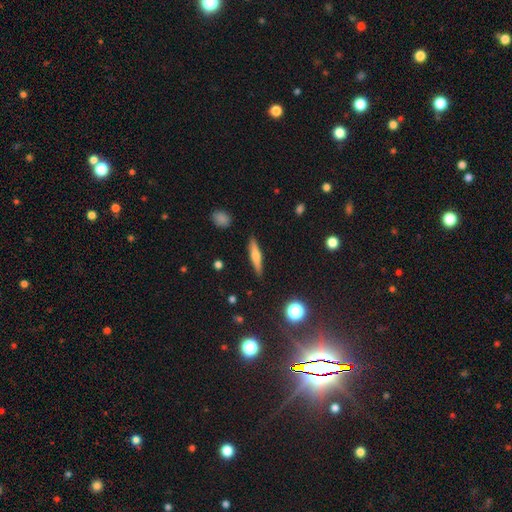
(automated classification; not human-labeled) This is possibly a smooth galaxy (51%). How rounded: clearly cigar-shaped (85%). Merging: clearly none (89%).